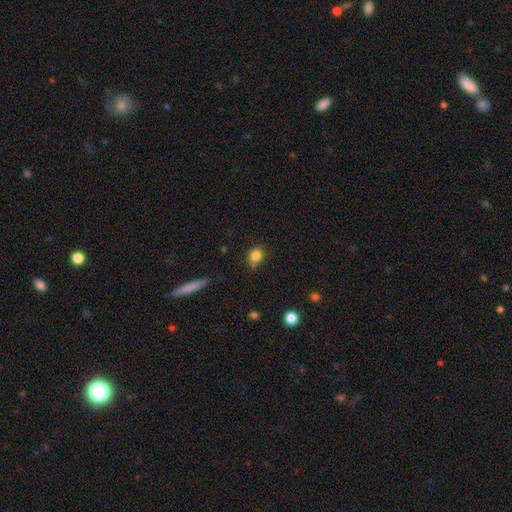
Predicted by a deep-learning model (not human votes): A smooth galaxy with no disk features (82%) that is round (63%).

Vote fractions:
- Smooth or featured? smooth: 82% / star or artifact: 11% / featured or disk: 7%
- How rounded? round: 63% / in between: 36% / cigar-shaped: 2%
- Merging? none: 60% / minor disturbance: 27% / major disturbance: 7% / merger: 5%